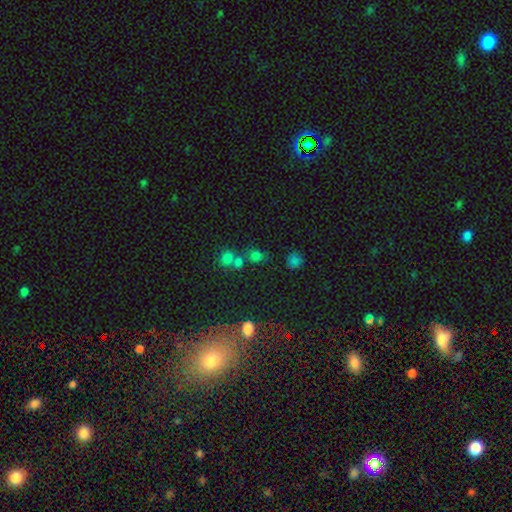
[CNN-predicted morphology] Smooth or featured: smooth — 66% (star or artifact — 25%)
How rounded: round — 63% (in between — 35%)
Merging: none — 50% (merger — 34%)